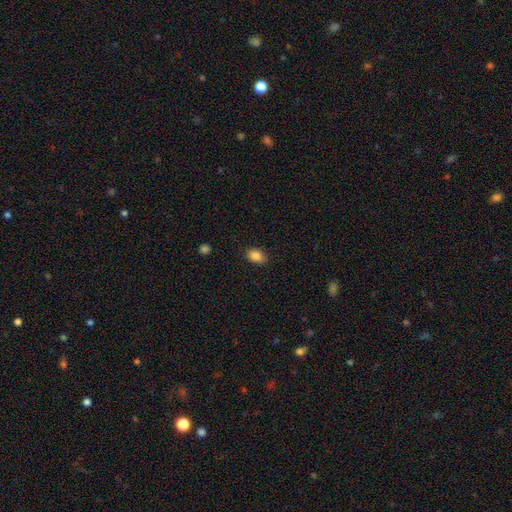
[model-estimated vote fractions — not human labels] A smooth galaxy with no disk features (85%) that is in between round and cigar-shaped (76%).

Vote fractions:
- Smooth or featured? smooth: 85% / star or artifact: 9% / featured or disk: 6%
- How rounded? in between: 76% / round: 23% / cigar-shaped: 1%
- Merging? none: 84% / minor disturbance: 12% / major disturbance: 2% / merger: 1%